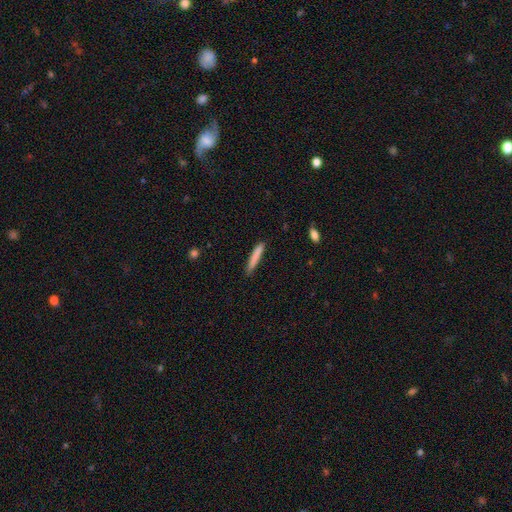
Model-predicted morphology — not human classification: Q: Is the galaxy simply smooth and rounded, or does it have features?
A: smooth — 82%.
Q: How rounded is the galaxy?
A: cigar-shaped — 94%.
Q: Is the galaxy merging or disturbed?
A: none — 85%.